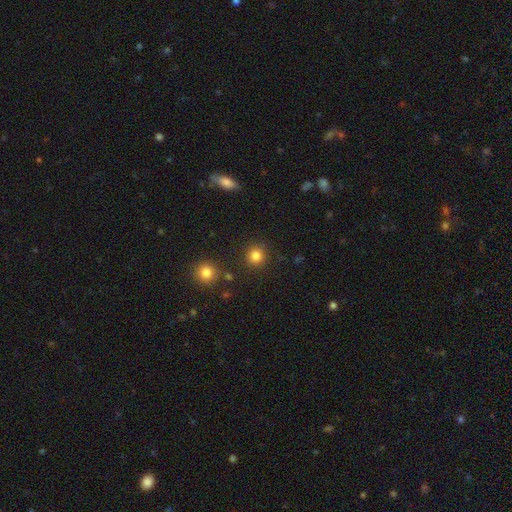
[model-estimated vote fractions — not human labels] This is clearly a smooth galaxy (84%). How rounded: clearly round (92%). Merging: clearly none (88%).